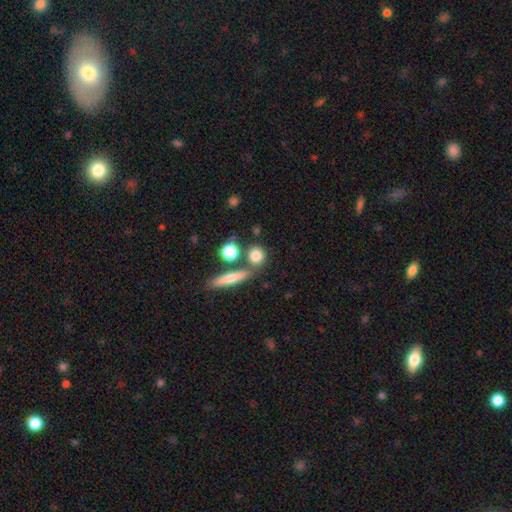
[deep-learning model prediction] Smooth or featured?
  - smooth: 78% *
  - featured or disk: 11%
  - star or artifact: 11%
How rounded?
  - round: 75% *
  - in between: 17%
  - cigar-shaped: 7%
Merging?
  - none: 68% *
  - merger: 17%
  - minor disturbance: 11%
  - major disturbance: 4%